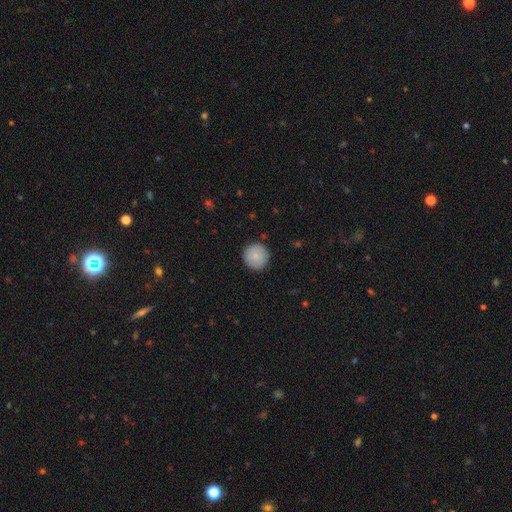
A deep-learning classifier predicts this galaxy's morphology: smooth-or-featured: smooth: 84% | featured or disk: 9% | star or artifact: 7%
  how-rounded: round: 96% | in between: 3% | cigar-shaped: 1%
  merging: none: 90% | minor disturbance: 7% | major disturbance: 2% | merger: 1%